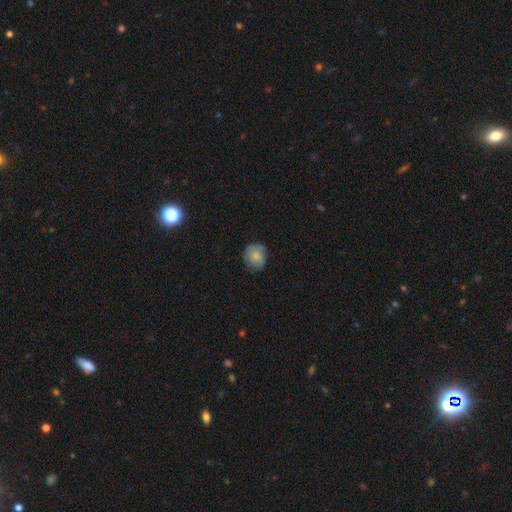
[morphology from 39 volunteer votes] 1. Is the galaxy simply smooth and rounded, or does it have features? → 82% smooth, 18% featured or disk, 0% star or artifact.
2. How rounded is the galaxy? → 81% round, 16% in between, 3% cigar-shaped.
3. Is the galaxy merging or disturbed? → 82% none, 18% minor disturbance, 0% major disturbance, 0% merger.